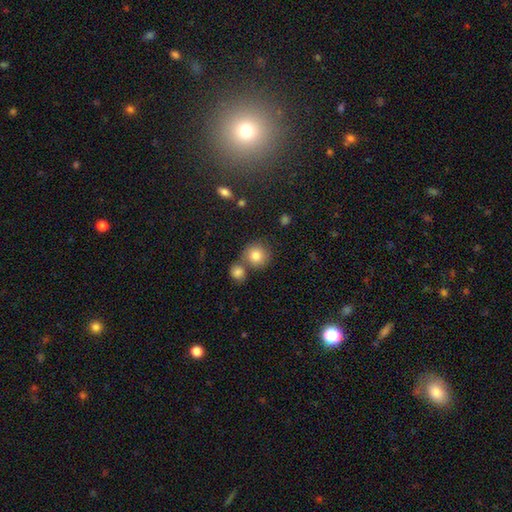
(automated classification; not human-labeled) smooth 82%, star or artifact 10%, featured or disk 8%. Down the decision tree: how rounded — round (89%); merging — none (62%).